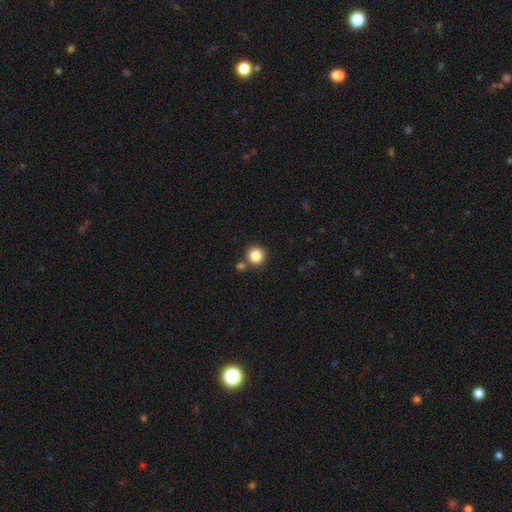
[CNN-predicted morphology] Smooth or featured: smooth — 86% (star or artifact — 10%)
How rounded: round — 94% (in between — 5%)
Merging: none — 79% (merger — 11%)